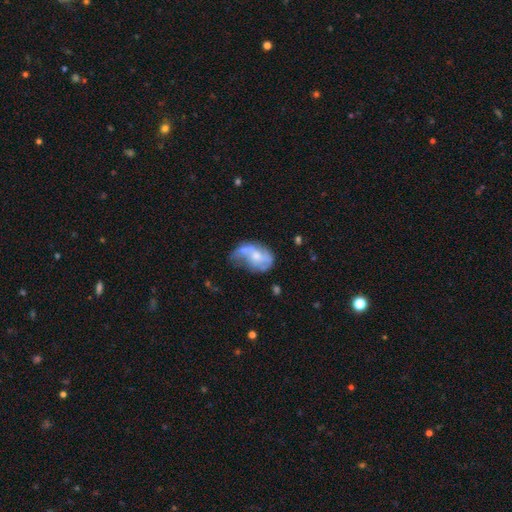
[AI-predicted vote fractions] smooth_or_featured: featured or disk (p=0.60) [alt: smooth p=0.32]
disk_edge_on: no (p=0.97) [alt: yes p=0.03]
bar: no (p=0.73) [alt: weak p=0.23]
has_spiral_arms: yes (p=0.51) [alt: no p=0.49]
bulge_size: moderate (p=0.45) [alt: small p=0.36]
merging: major disturbance (p=0.30) [alt: none p=0.27]